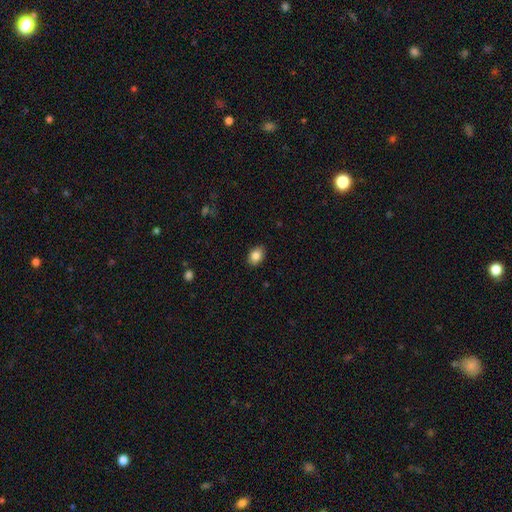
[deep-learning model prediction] This is clearly a smooth galaxy (85%). How rounded: likely in between (79%). Merging: clearly none (88%).